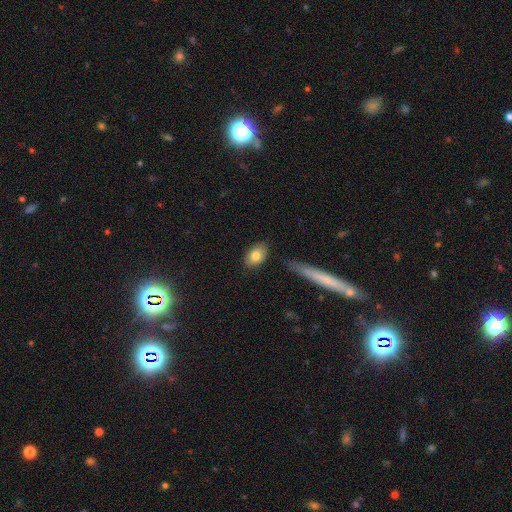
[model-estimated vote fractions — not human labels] Smooth or featured? Predicted: smooth (p=0.79). How rounded? Predicted: in between (p=0.84). Merging? Predicted: none (p=0.83).